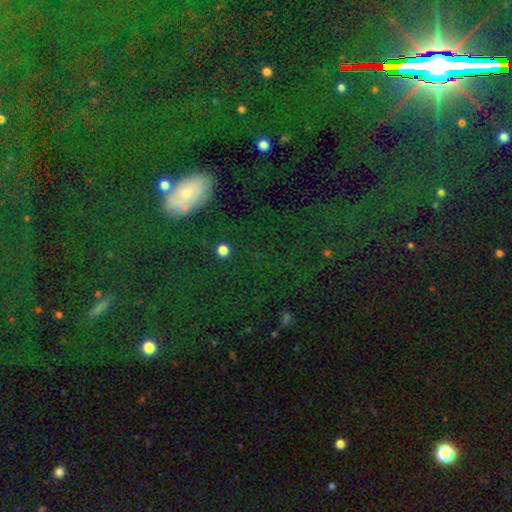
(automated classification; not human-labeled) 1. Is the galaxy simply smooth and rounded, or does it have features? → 59% star or artifact, 26% smooth, 14% featured or disk.